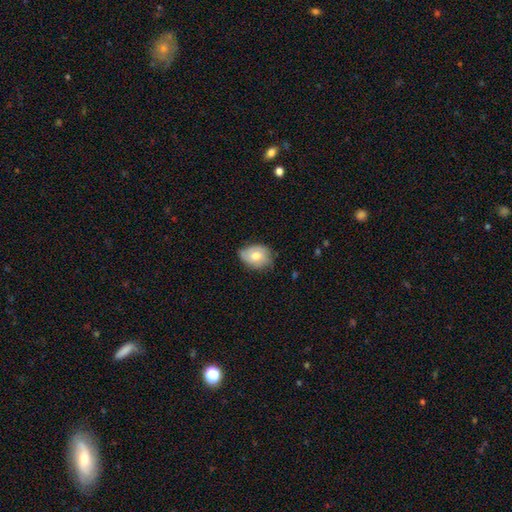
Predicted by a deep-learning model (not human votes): Overall: smooth (63%; featured or disk 30%). How rounded: in between (61%; round 38%). Merging: none (60%; minor disturbance 33%).